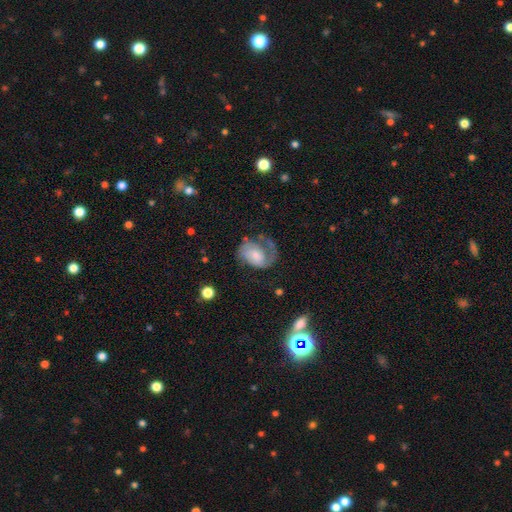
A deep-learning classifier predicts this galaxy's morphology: type=featured or disk (63%); edge-on=no (97%); bar=no (64%); spiral arms=yes (86%); winding=medium (40%); arm count=1 (51%); bulge=moderate (33%); merging=none (38%).